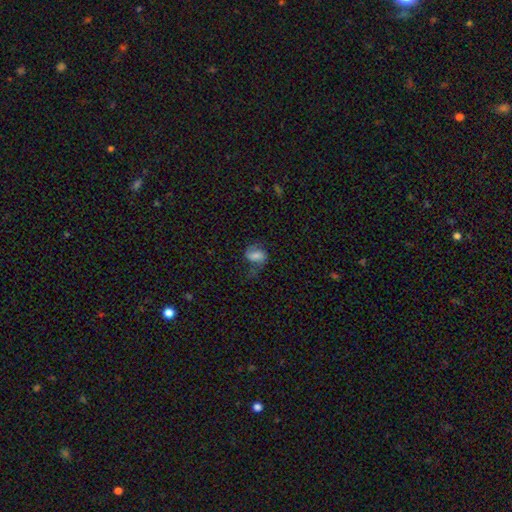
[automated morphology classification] Smooth or featured?
  - smooth: 50% *
  - featured or disk: 40%
  - star or artifact: 10%
How rounded?
  - in between: 70% *
  - round: 28%
  - cigar-shaped: 2%
Merging?
  - none: 47% *
  - minor disturbance: 26%
  - major disturbance: 24%
  - merger: 3%